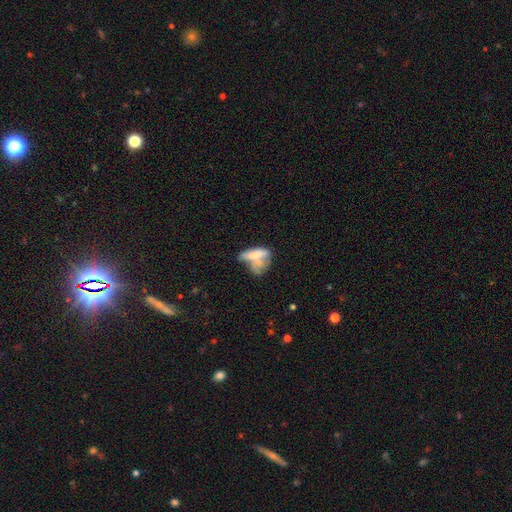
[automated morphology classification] A smooth galaxy with no disk features (55%) that is in between round and cigar-shaped (71%). Merging: merger (45%).